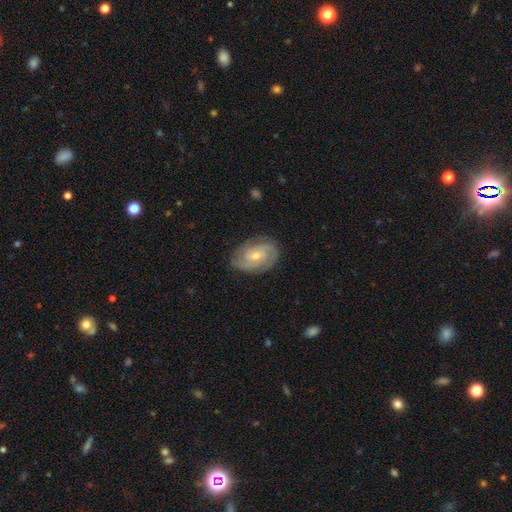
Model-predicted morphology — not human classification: The model was most divided on "spiral arm count": 2: 34%, 3: 31%, can't tell: 20%, 4: 7%, 1: 4%, more than 4: 4%. More confident: edge-on disk — no (97%); spiral arms — yes (95%); smooth or featured — featured or disk (82%); merging — none (80%); spiral winding — tight (63%); bar — no (61%); bulge size — small (51%).